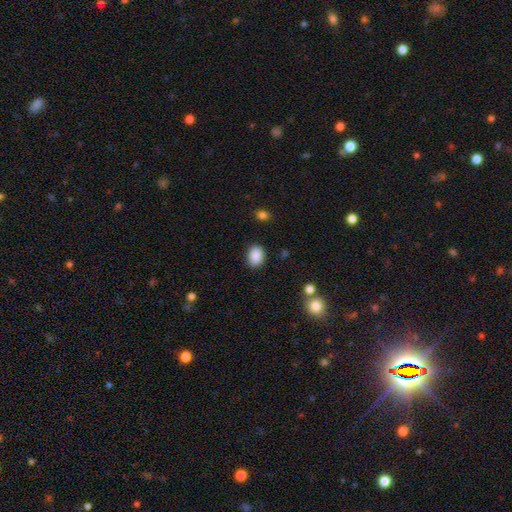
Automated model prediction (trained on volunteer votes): This is clearly a smooth galaxy (89%). How rounded: likely in between (66%). Merging: clearly none (86%).